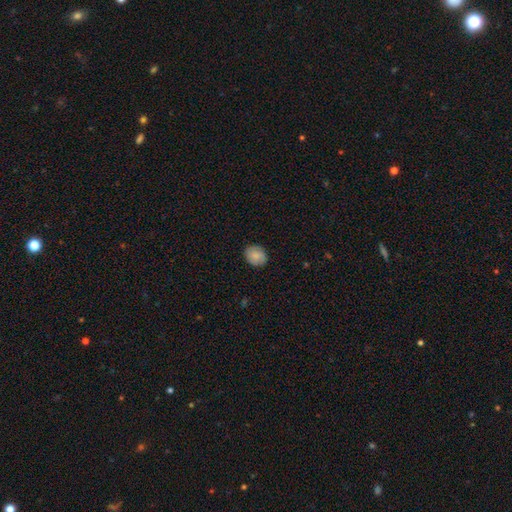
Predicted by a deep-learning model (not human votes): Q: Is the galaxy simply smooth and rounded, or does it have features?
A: smooth — 83%.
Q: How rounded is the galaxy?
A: round — 58%.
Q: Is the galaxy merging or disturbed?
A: none — 87%.